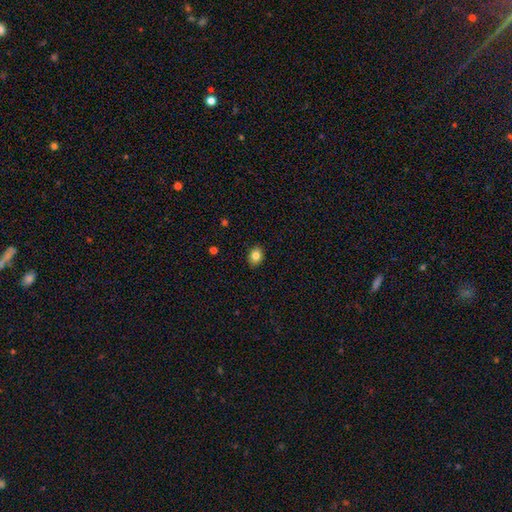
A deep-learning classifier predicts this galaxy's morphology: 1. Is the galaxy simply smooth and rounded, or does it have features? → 83% smooth, 9% star or artifact, 7% featured or disk.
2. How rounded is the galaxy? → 64% in between, 35% round, 1% cigar-shaped.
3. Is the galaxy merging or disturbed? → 89% none, 8% minor disturbance, 2% major disturbance, 1% merger.